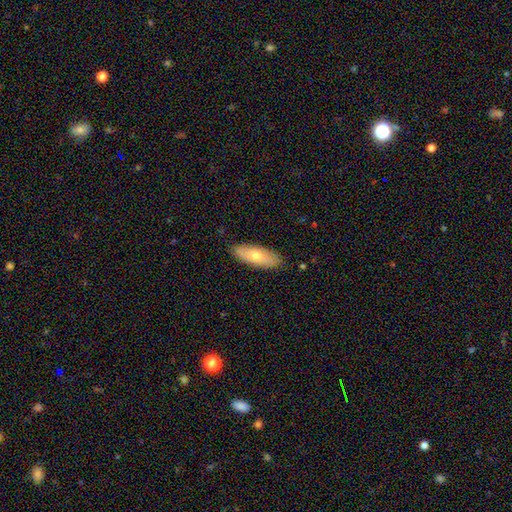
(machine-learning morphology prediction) smooth-or-featured: smooth: 64% | featured or disk: 30% | star or artifact: 6%
  how-rounded: in between: 69% | cigar-shaped: 29% | round: 2%
  merging: none: 86% | minor disturbance: 11% | major disturbance: 2% | merger: 1%